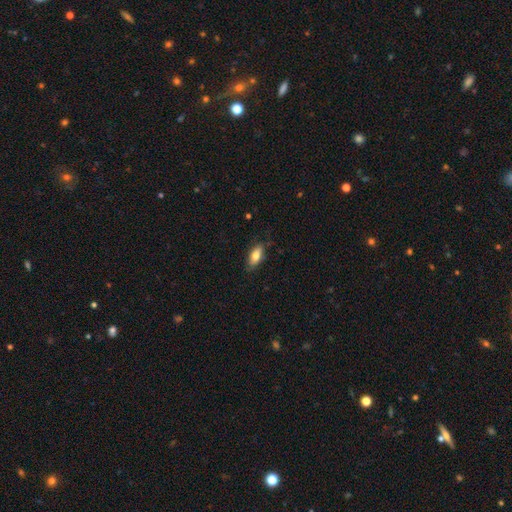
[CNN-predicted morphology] Smooth or featured? smooth (76%)
How rounded? in between (81%)
Merging? none (78%)